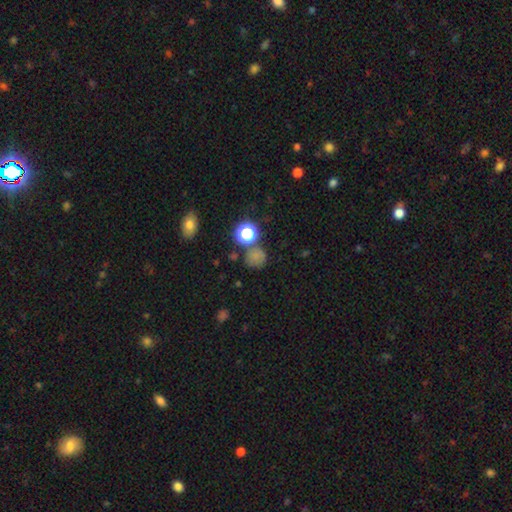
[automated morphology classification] The model was most divided on "smooth or featured": smooth: 66%, star or artifact: 26%, featured or disk: 8%. More confident: how rounded — round (84%); merging — none (67%).